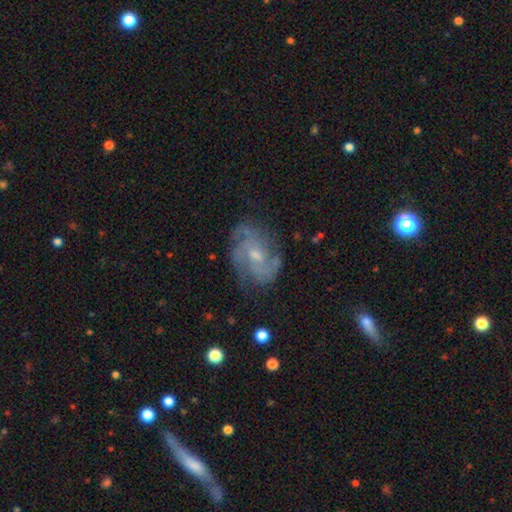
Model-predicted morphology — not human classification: This is clearly a featured or disk galaxy (83%). It is clearly not viewed edge-on (97%). Bar: possibly no (57%). Spiral arm pattern: clearly yes (95%). Spiral arm count: marginally 3 (28%). Spiral winding: marginally medium (44%). Central bulge: possibly small (50%). Merging: likely none (73%).